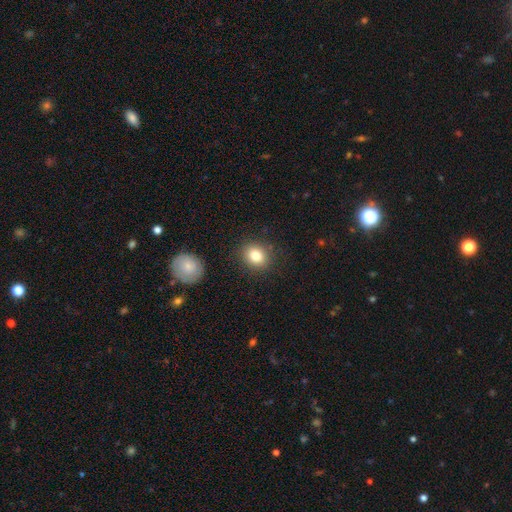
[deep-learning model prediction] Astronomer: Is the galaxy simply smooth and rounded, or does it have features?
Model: smooth — 82%.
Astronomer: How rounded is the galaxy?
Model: round — 66%.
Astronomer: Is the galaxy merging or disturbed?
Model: none — 85%.